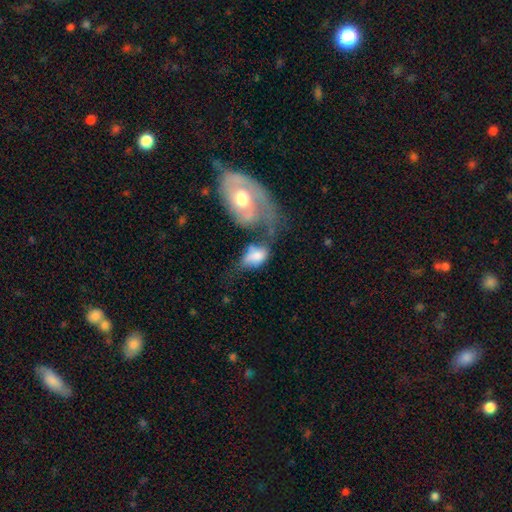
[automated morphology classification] Q: Smooth or featured?
A: smooth (60%); runner-up: featured or disk (31%)
Q: How rounded?
A: in between (88%); runner-up: round (10%)
Q: Merging?
A: merger (40%); runner-up: major disturbance (24%)